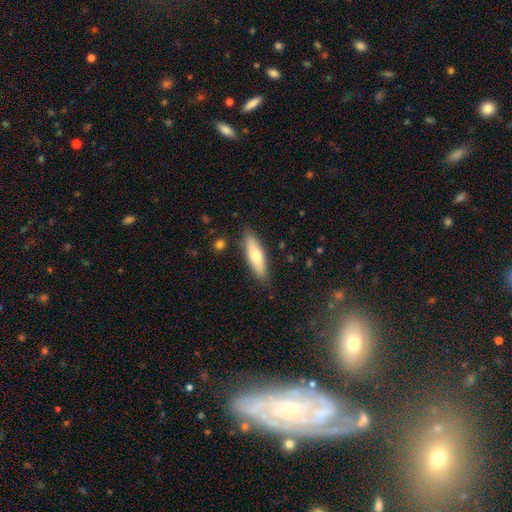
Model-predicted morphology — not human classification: A smooth galaxy with no disk features (64%) that is cigar-shaped (54%). Merging: none (85%).